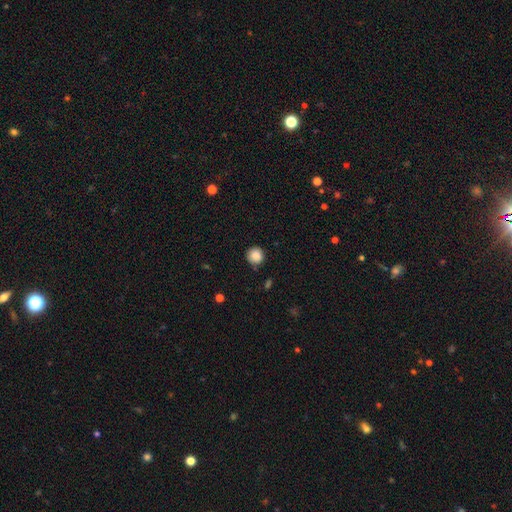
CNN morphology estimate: This is clearly a smooth galaxy (87%). How rounded: clearly round (93%). Merging: clearly none (84%).